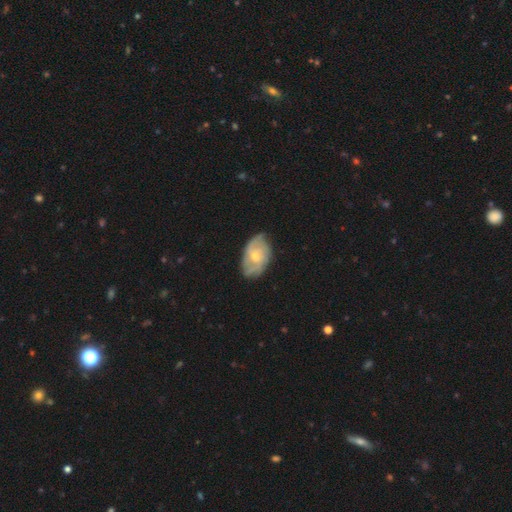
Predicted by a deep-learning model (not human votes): Smooth or featured: featured or disk — 64% (smooth — 30%)
Edge-on disk: no — 96% (yes — 4%)
Bar: no — 65% (weak — 31%)
Spiral arms: yes — 81% (no — 19%)
Bulge size: moderate — 50% (small — 45%)
Merging: none — 64% (minor disturbance — 28%)